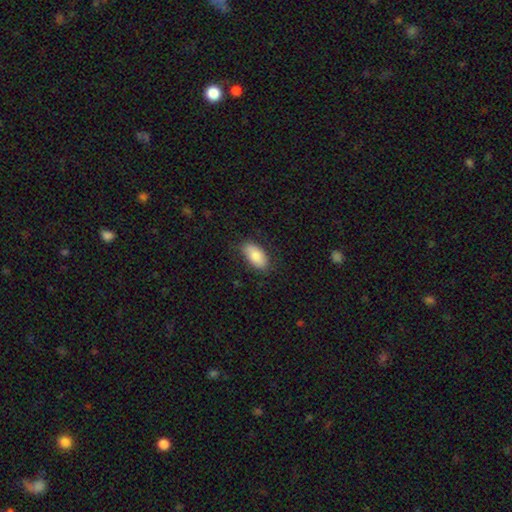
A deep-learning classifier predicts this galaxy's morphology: type=smooth (83%); roundness=in between (93%); merging=none (77%).